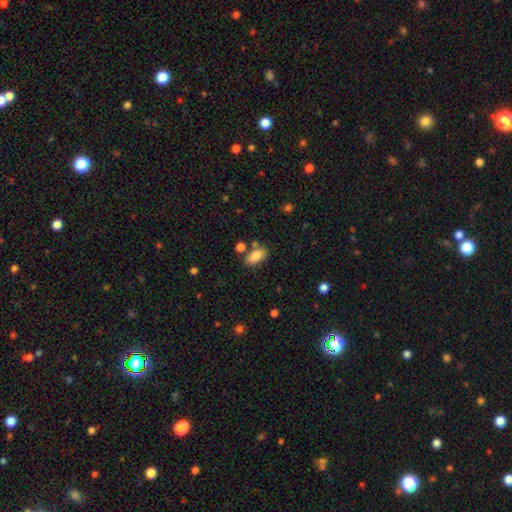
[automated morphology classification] This is clearly a smooth galaxy (85%). How rounded: clearly in between (91%). Merging: likely none (72%).